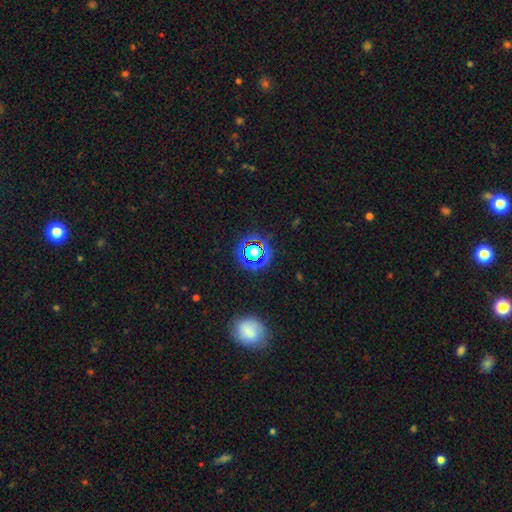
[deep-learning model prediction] This is possibly a star or artifact rather than a galaxy (60%).